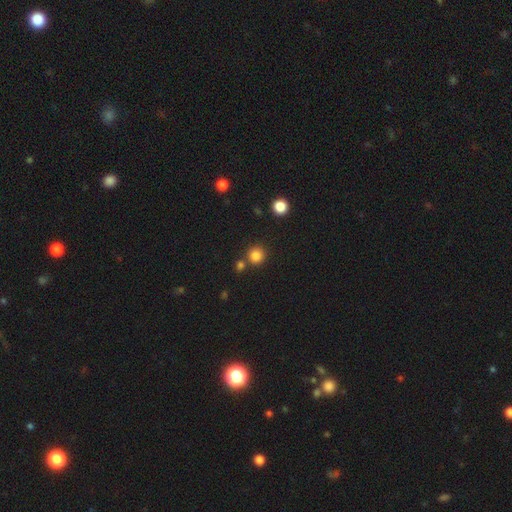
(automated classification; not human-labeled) smooth 83%, star or artifact 12%, featured or disk 4%. Down the decision tree: how rounded — round (93%); merging — none (78%).